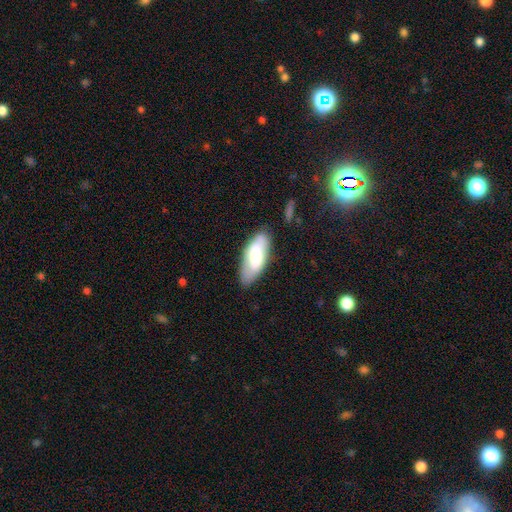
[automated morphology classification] Smooth or featured?
  - smooth: 63% *
  - featured or disk: 31%
  - star or artifact: 6%
How rounded?
  - in between: 81% *
  - cigar-shaped: 17%
  - round: 2%
Merging?
  - none: 74% *
  - minor disturbance: 18%
  - major disturbance: 5%
  - merger: 2%